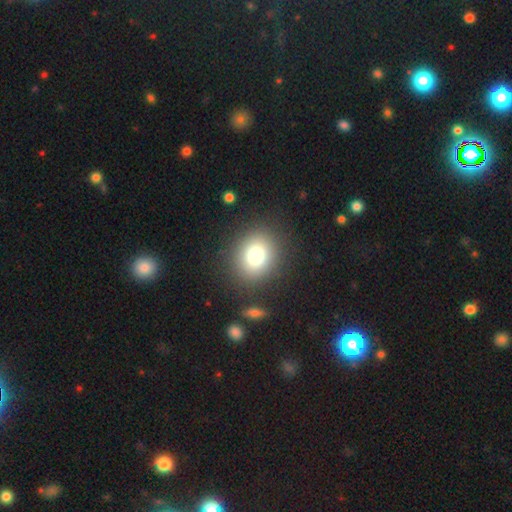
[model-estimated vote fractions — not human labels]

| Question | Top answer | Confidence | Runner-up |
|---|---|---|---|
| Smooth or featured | smooth | 77% | star or artifact (13%) |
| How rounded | round | 74% | in between (25%) |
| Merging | none | 87% | minor disturbance (7%) |